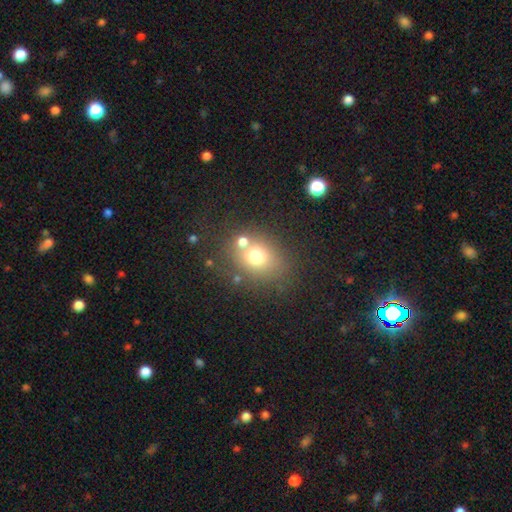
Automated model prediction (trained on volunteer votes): Smooth or featured? smooth (69%)
How rounded? round (58%)
Merging? none (62%)